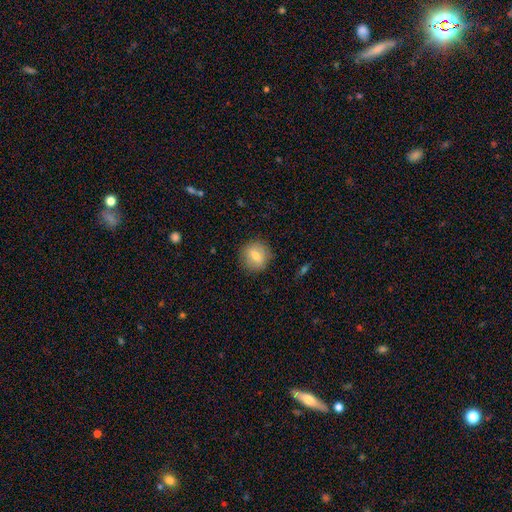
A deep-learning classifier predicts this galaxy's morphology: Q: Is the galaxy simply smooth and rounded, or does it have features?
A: smooth — 72%.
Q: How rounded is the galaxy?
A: round — 88%.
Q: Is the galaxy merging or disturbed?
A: none — 87%.